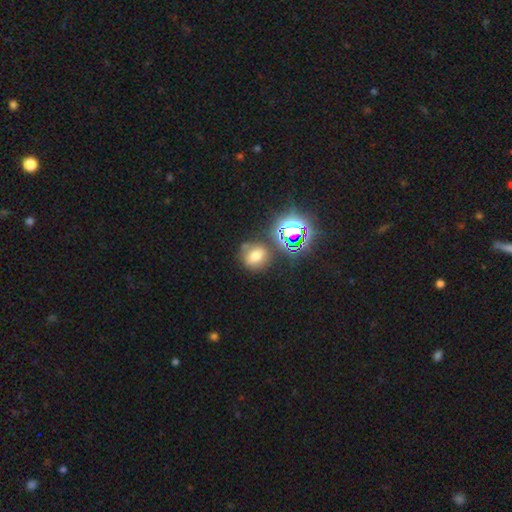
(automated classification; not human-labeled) A smooth galaxy with no disk features (58%) that is round (71%). Merging: none (71%).